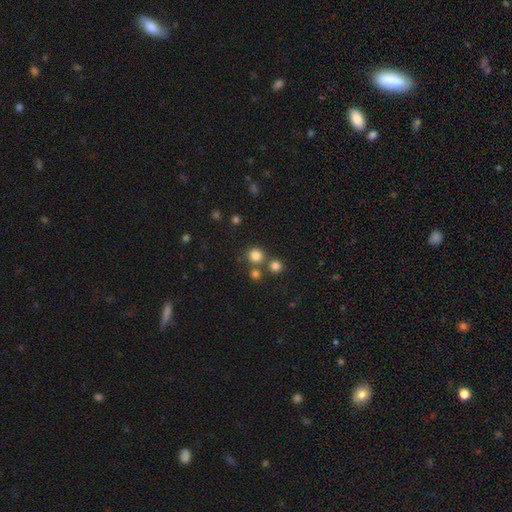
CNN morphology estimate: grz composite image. It shows a smooth galaxy with no disk features (79%) that is round (90%). Merging: none (69%).